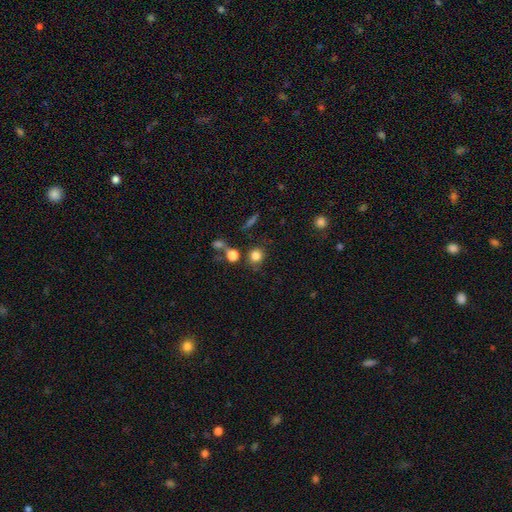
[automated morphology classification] This appears to be a smooth galaxy with no disk features (82%) that is round (85%). Merging: none (74%).